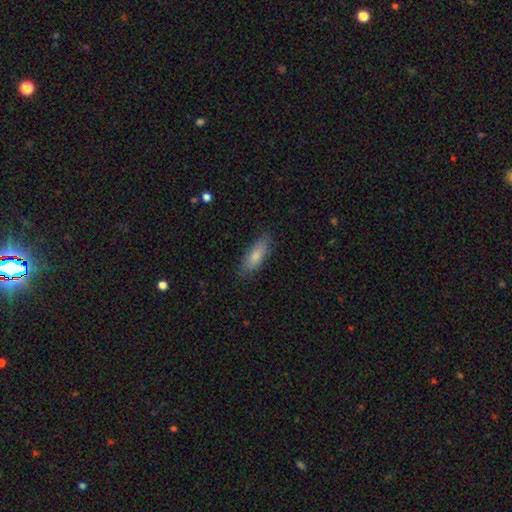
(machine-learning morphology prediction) smooth_or_featured: smooth (p=0.79) [alt: featured or disk p=0.14]
how_rounded: in between (p=0.61) [alt: cigar-shaped p=0.37]
merging: none (p=0.83) [alt: minor disturbance p=0.14]